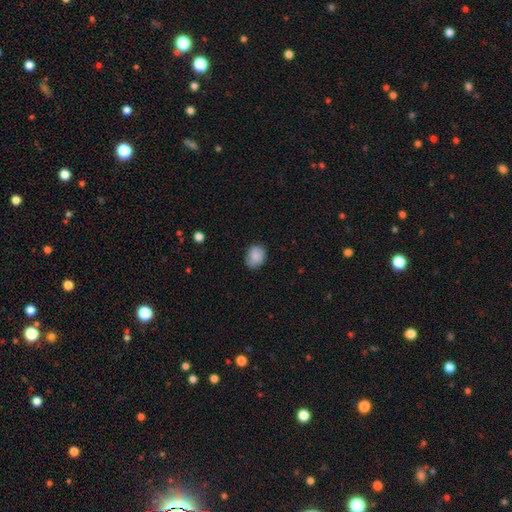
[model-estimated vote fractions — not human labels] Q: Smooth or featured?
A: smooth (79%); runner-up: featured or disk (13%)
Q: How rounded?
A: round (52%); runner-up: in between (47%)
Q: Merging?
A: none (74%); runner-up: minor disturbance (20%)